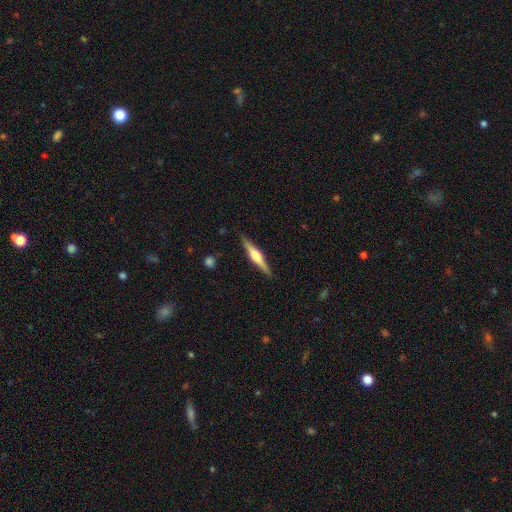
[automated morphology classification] The model was most divided on "smooth or featured": featured or disk: 69%, smooth: 26%, star or artifact: 5%. More confident: edge-on disk — yes (98%); edge-on bulge — rounded (90%); merging — none (89%).